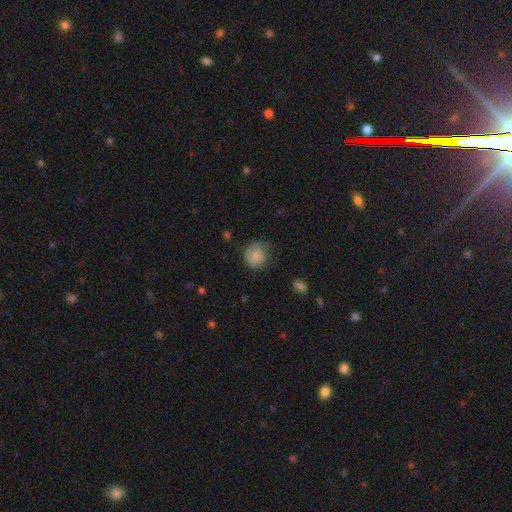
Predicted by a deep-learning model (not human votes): A smooth galaxy with no disk features (80%) that is round (83%). Merging: none (53%).